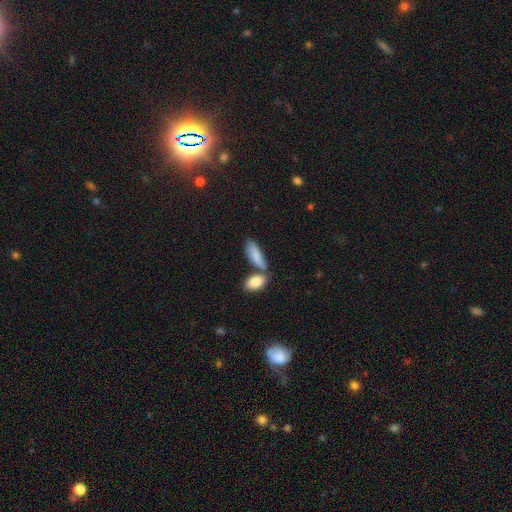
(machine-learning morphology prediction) Smooth or featured? smooth (84%)
How rounded? in between (65%)
Merging? none (48%)